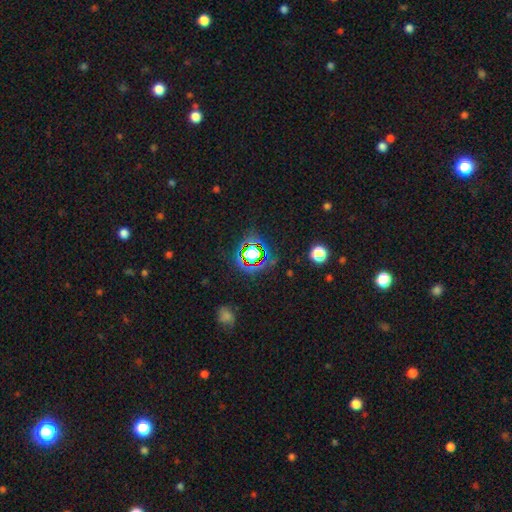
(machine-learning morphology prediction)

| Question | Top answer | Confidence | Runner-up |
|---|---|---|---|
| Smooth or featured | star or artifact | 68% | smooth (21%) |